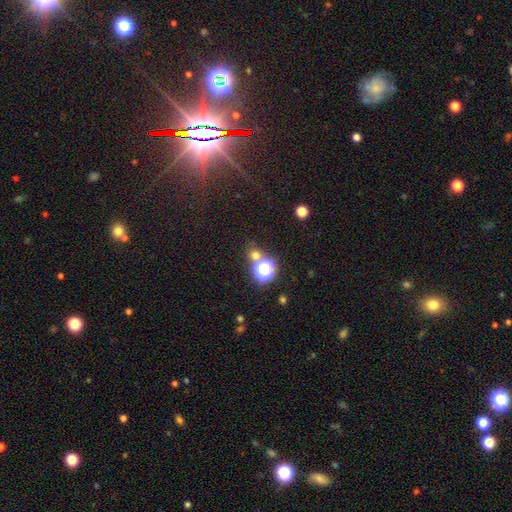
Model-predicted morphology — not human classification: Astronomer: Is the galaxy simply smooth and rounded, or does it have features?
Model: smooth — 54% (runner-up: star or artifact, 38%).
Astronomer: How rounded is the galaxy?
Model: round — 85%.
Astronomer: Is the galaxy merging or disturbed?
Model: none — 68%.